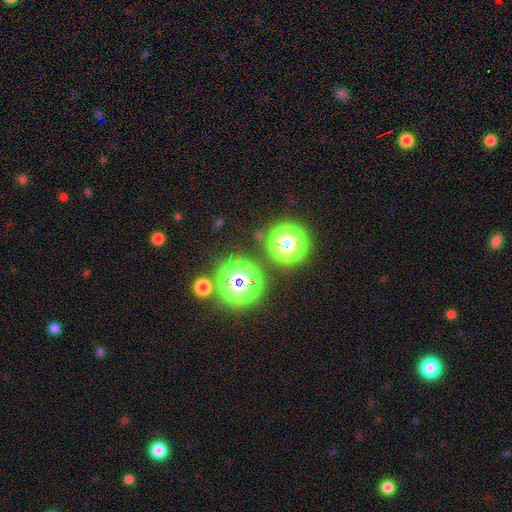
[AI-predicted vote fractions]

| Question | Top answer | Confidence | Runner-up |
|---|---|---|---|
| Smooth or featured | star or artifact | 78% | smooth (16%) |